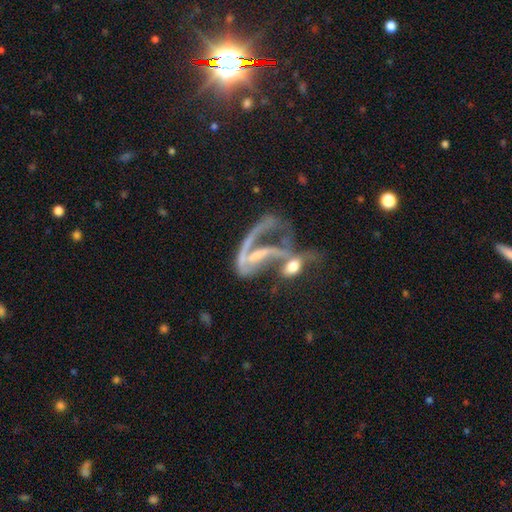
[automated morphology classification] Smooth or featured? featured or disk (75%)
Edge-on disk? no (91%)
Bar? no (48%)
Spiral arms? yes (68%)
Bulge size? small (41%)
Merging? merger (51%)